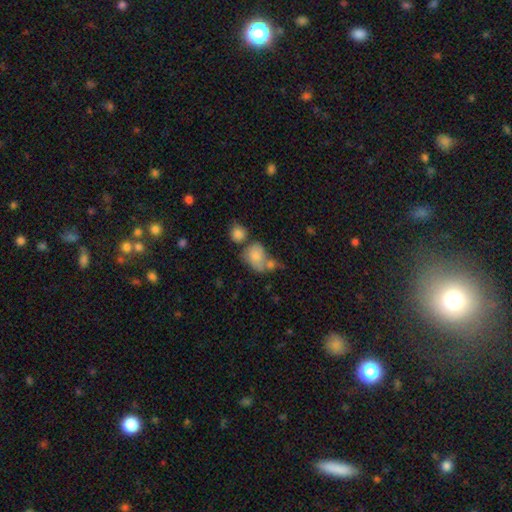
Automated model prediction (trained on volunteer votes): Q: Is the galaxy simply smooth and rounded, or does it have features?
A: smooth — 70%.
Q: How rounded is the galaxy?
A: in between — 50%.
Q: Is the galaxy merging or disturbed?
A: merger — 36%.